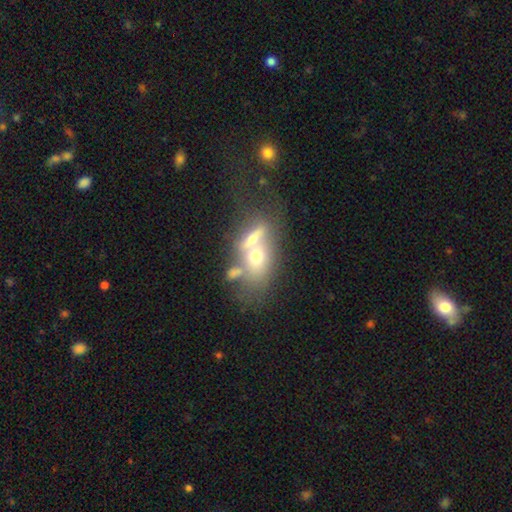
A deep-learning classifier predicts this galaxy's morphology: Smooth or featured?
  - smooth: 47% *
  - featured or disk: 42%
  - star or artifact: 11%
Merging?
  - merger: 59% *
  - none: 20%
  - major disturbance: 12%
  - minor disturbance: 10%